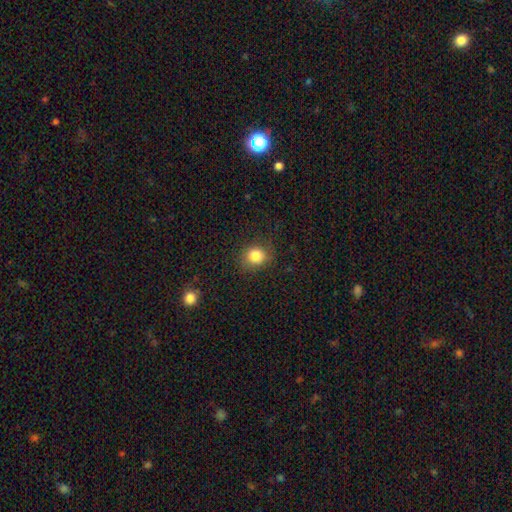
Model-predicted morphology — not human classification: type=smooth (83%); roundness=round (78%); merging=none (82%).